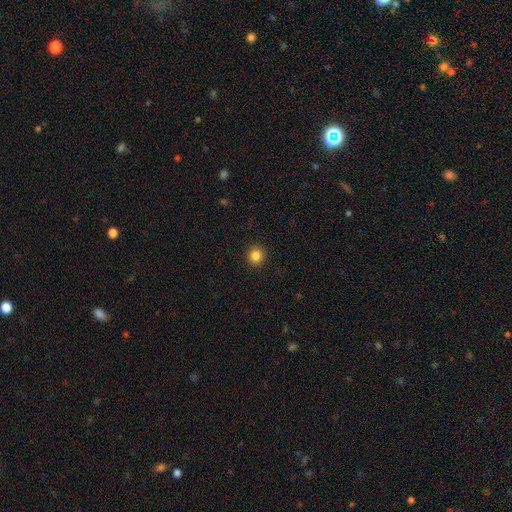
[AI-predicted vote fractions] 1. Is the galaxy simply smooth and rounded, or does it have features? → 84% smooth, 11% star or artifact, 4% featured or disk.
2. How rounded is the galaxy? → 93% round, 6% in between, 1% cigar-shaped.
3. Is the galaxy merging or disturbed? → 93% none, 5% minor disturbance, 2% major disturbance, 1% merger.